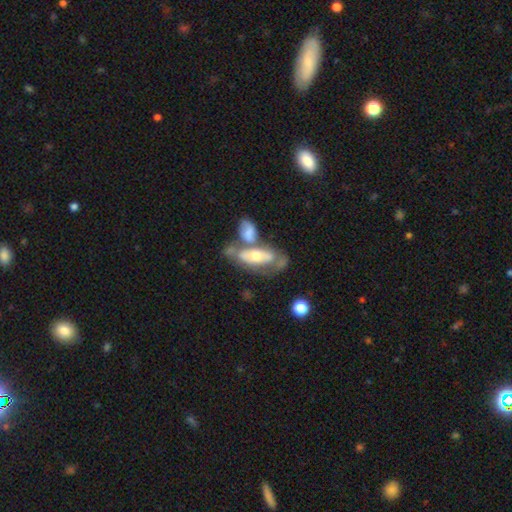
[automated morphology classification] smooth_or_featured: featured or disk (p=0.56) [alt: smooth p=0.38]
disk_edge_on: no (p=0.80) [alt: yes p=0.20]
merging: merger (p=0.41) [alt: none p=0.30]